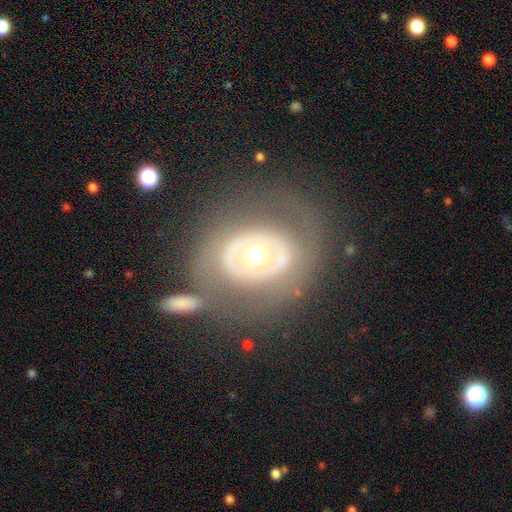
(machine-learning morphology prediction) Overall: featured or disk (63%; smooth 31%). Edge-on disk: no (94%). Bar: no (85%). Spiral arms: no (82%). Bulge size: moderate (68%). Merging: none (66%).